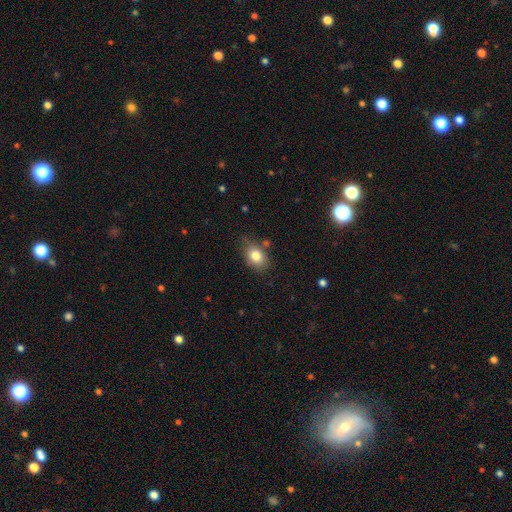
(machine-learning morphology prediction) Smooth or featured? Predicted: smooth (p=0.81). How rounded? Predicted: in between (p=0.73). Merging? Predicted: none (p=0.69).